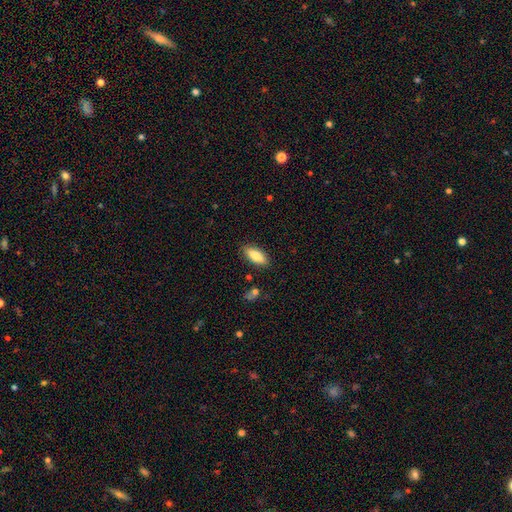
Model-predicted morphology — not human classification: The model was most divided on "how rounded": in between: 76%, cigar-shaped: 22%, round: 2%. More confident: merging — none (86%); smooth or featured — smooth (81%).